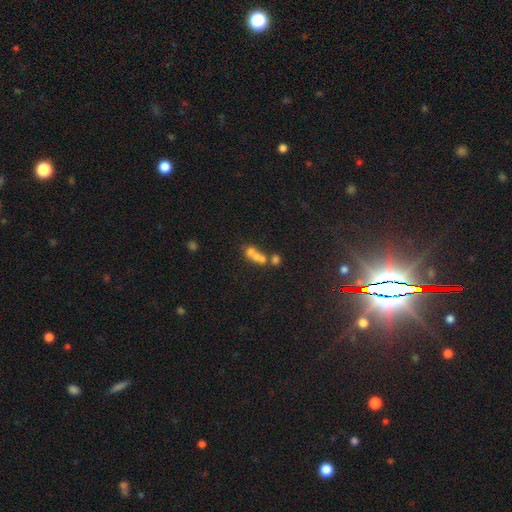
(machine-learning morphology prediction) Q: Smooth or featured?
A: smooth (55%); runner-up: featured or disk (28%)
Q: How rounded?
A: round (54%); runner-up: in between (40%)
Q: Merging?
A: merger (62%); runner-up: none (24%)